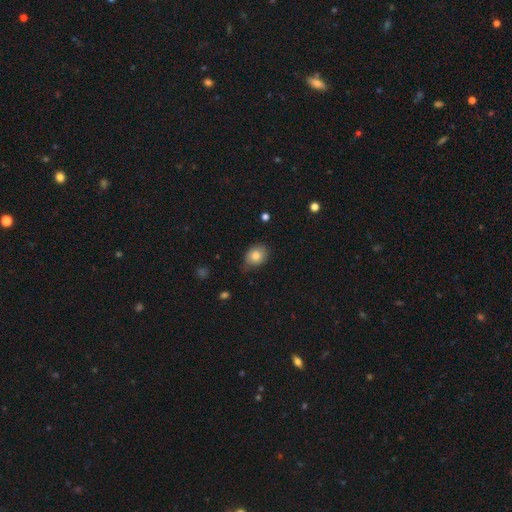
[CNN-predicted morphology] This is clearly a smooth galaxy (81%). How rounded: possibly in between (56%). Merging: likely none (67%).